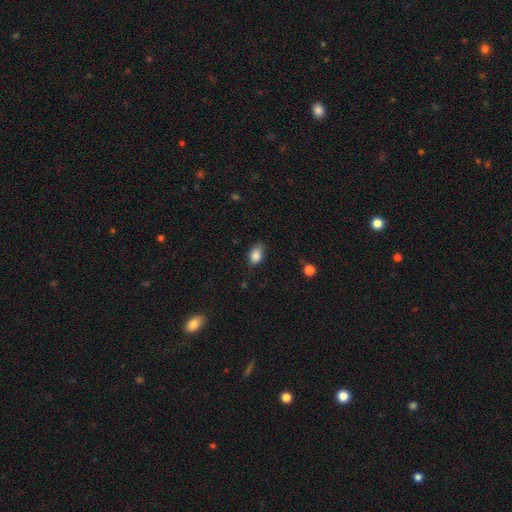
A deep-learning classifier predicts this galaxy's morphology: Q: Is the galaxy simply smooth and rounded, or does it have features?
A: smooth — 85%.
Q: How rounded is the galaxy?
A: in between — 86%.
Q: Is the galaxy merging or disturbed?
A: none — 61%.